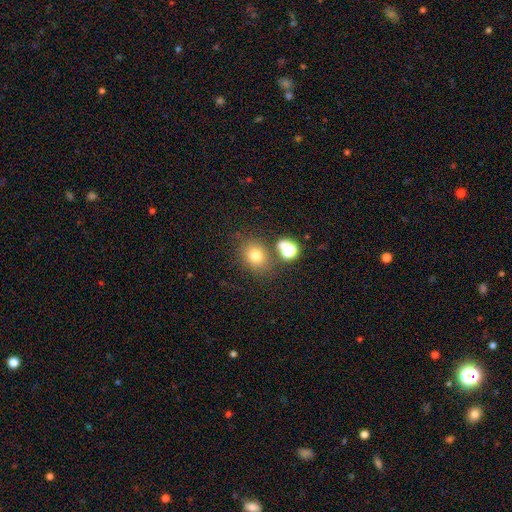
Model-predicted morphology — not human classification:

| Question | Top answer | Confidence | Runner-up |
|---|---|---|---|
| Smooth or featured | smooth | 74% | star or artifact (16%) |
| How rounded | round | 59% | in between (40%) |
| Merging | none | 70% | merger (13%) |